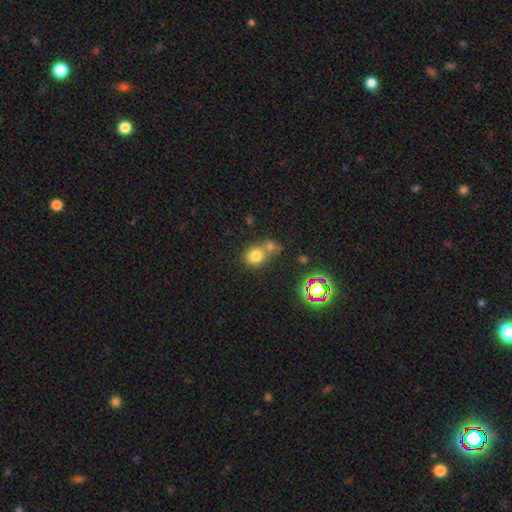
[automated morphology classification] Overall: smooth (76%). How rounded: round (74%). Merging: none (46%; merger 40%).